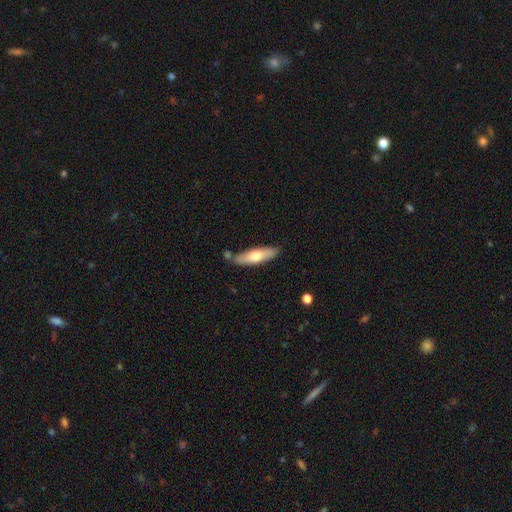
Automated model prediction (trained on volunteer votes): Smooth or featured?
  - smooth: 61% *
  - featured or disk: 34%
  - star or artifact: 5%
How rounded?
  - cigar-shaped: 62% *
  - in between: 36%
  - round: 2%
Merging?
  - none: 75% *
  - minor disturbance: 14%
  - merger: 8%
  - major disturbance: 3%